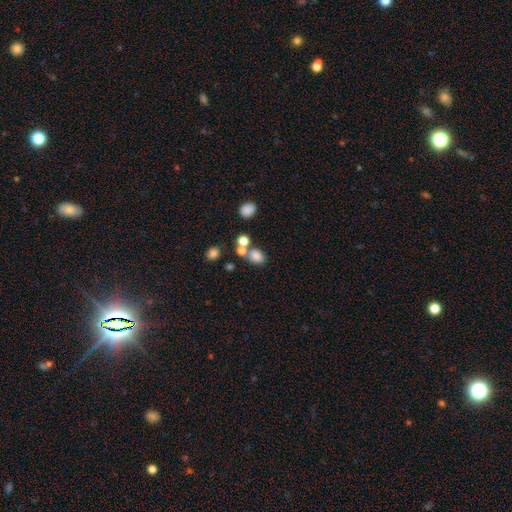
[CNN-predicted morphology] smooth-or-featured: smooth: 76% | star or artifact: 14% | featured or disk: 10%
  how-rounded: in between: 67% | round: 32% | cigar-shaped: 1%
  merging: none: 47% | merger: 34% | minor disturbance: 13% | major disturbance: 7%